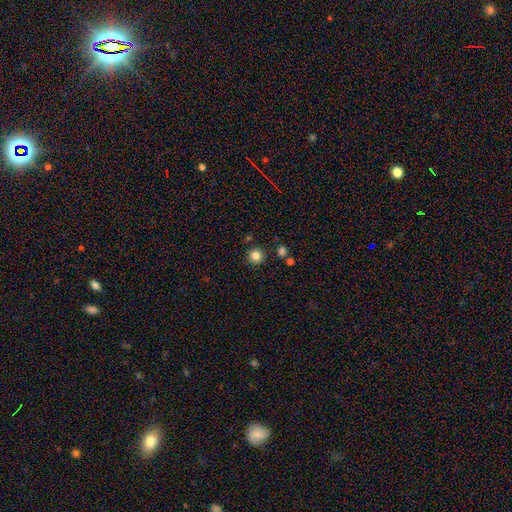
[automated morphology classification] smooth 83%, star or artifact 12%, featured or disk 5%. Down the decision tree: how rounded — round (95%); merging — none (88%).